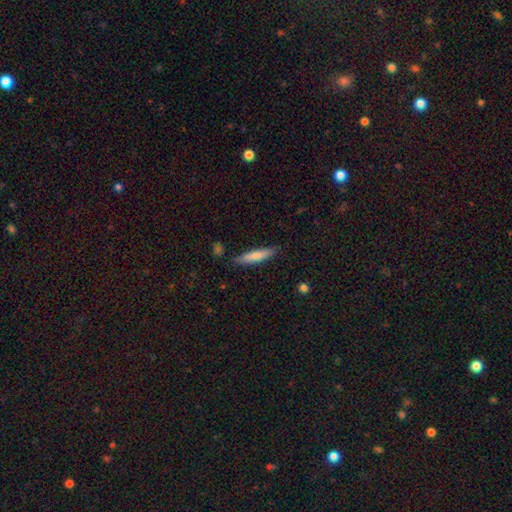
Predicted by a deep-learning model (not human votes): A smooth galaxy with no disk features (73%) that is cigar-shaped (86%).

Vote fractions:
- Smooth or featured? smooth: 73% / featured or disk: 22% / star or artifact: 6%
- How rounded? cigar-shaped: 86% / in between: 13% / round: 1%
- Merging? none: 84% / minor disturbance: 12% / major disturbance: 2% / merger: 2%